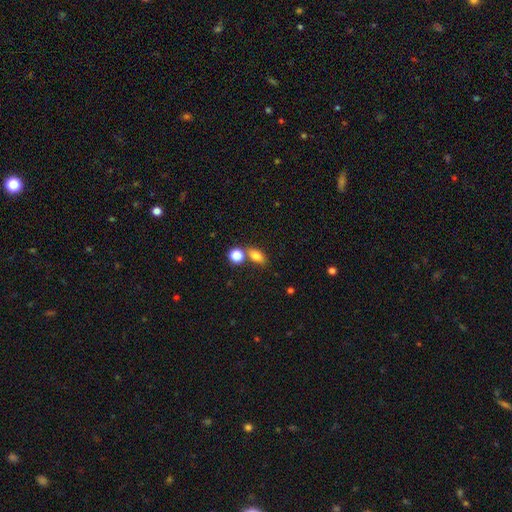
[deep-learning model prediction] smooth 79%, star or artifact 12%, featured or disk 10%. Down the decision tree: how rounded — in between (74%); merging — none (58%).